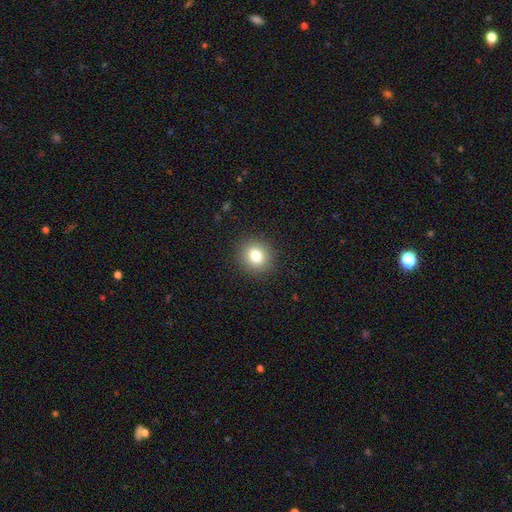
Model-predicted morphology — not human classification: smooth-or-featured: smooth: 80% | star or artifact: 12% | featured or disk: 9%
  how-rounded: round: 84% | in between: 15% | cigar-shaped: 1%
  merging: none: 91% | minor disturbance: 6% | major disturbance: 2% | merger: 1%